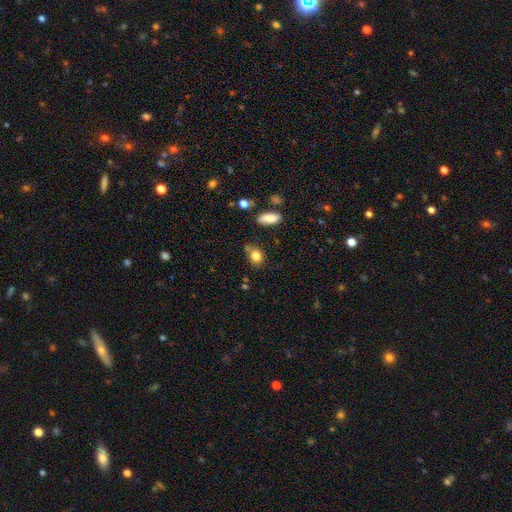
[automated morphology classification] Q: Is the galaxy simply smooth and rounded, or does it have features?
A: smooth — 82%.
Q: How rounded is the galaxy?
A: in between — 57%.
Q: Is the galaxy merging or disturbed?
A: none — 60%.